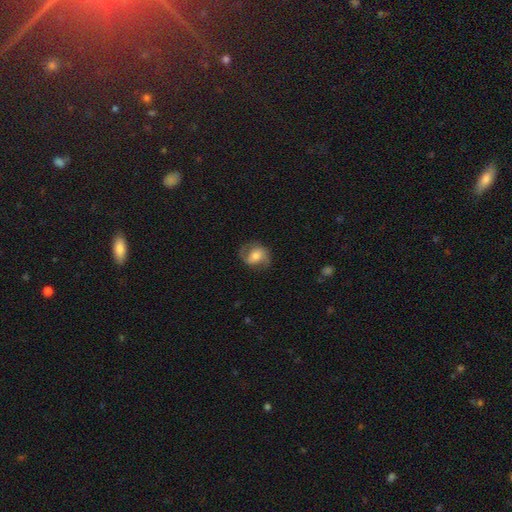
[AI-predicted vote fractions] smooth_or_featured: featured or disk (p=0.55) [alt: smooth p=0.38]
disk_edge_on: no (p=0.96) [alt: yes p=0.04]
bar: no (p=0.48) [alt: weak p=0.36]
has_spiral_arms: yes (p=0.84) [alt: no p=0.16]
bulge_size: moderate (p=0.57) [alt: small p=0.26]
merging: none (p=0.68) [alt: minor disturbance p=0.20]